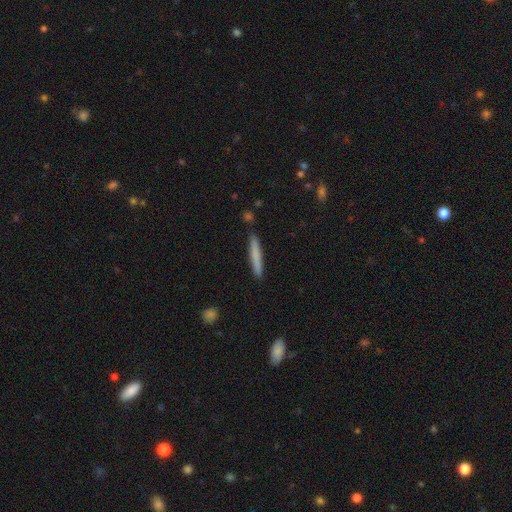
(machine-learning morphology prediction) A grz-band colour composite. It shows a smooth galaxy with no disk features (74%) that is cigar-shaped (95%). Merging: none (88%).